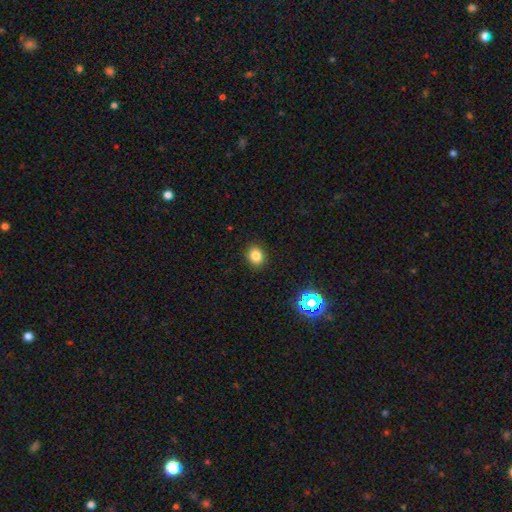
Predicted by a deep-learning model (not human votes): smooth_or_featured: smooth (p=0.81) [alt: star or artifact p=0.13]
how_rounded: round (p=0.64) [alt: in between p=0.35]
merging: none (p=0.90) [alt: minor disturbance p=0.07]